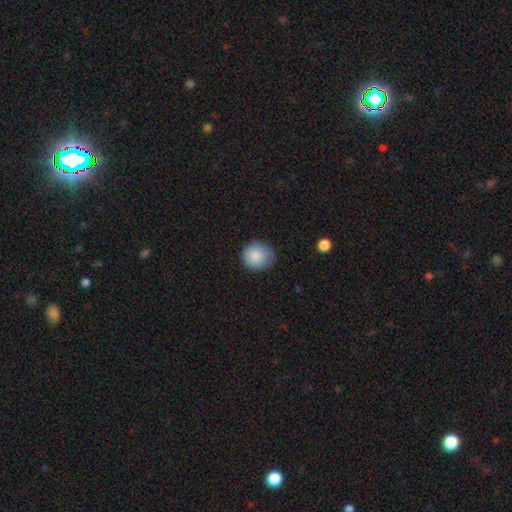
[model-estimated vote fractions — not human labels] Overall: smooth (87%). How rounded: round (85%). Merging: none (72%).